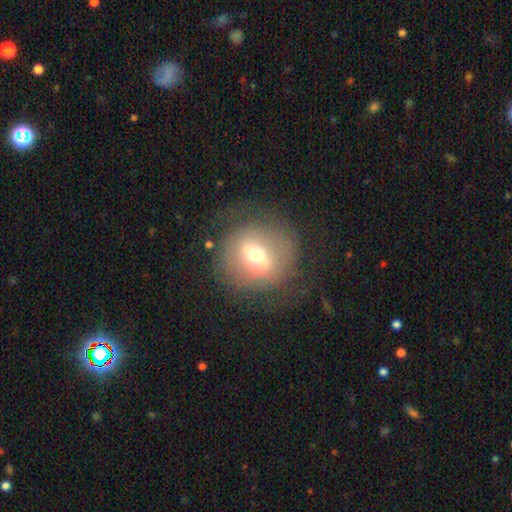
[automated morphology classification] Smooth or featured? smooth (51%)
How rounded? round (89%)
Merging? none (70%)